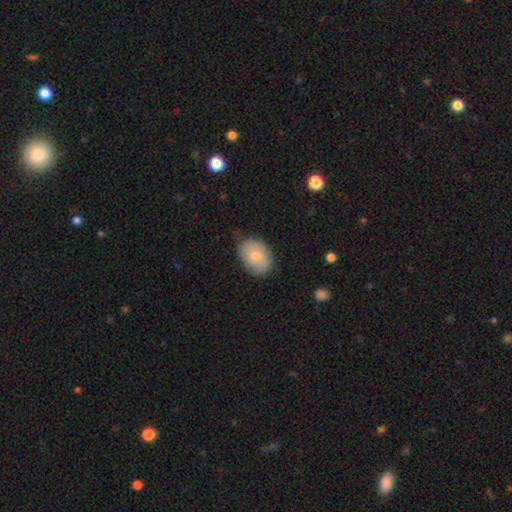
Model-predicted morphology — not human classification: Overall: smooth (76%). How rounded: in between (73%). Merging: none (79%).